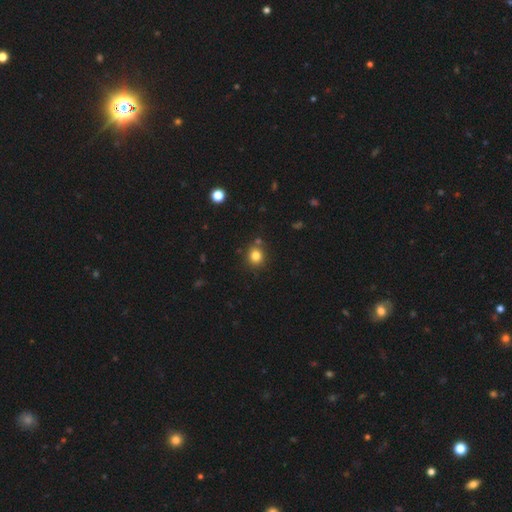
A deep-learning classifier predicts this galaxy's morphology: smooth-or-featured: smooth: 81% | star or artifact: 13% | featured or disk: 6%
  how-rounded: round: 87% | in between: 12% | cigar-shaped: 1%
  merging: none: 81% | minor disturbance: 10% | merger: 7% | major disturbance: 3%